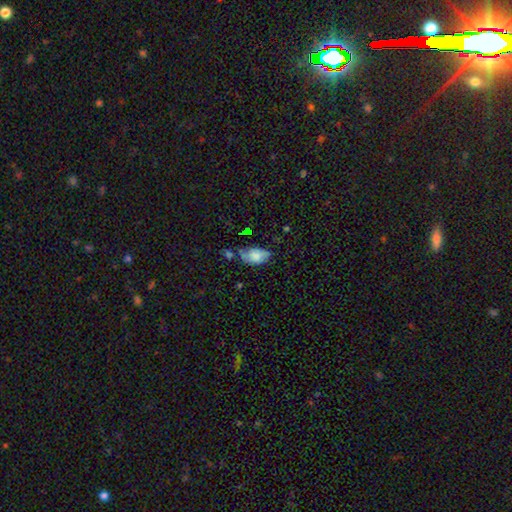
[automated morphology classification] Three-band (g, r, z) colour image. It shows a smooth galaxy with no disk features (73%) that is in between round and cigar-shaped (91%). Merging: none (43%).